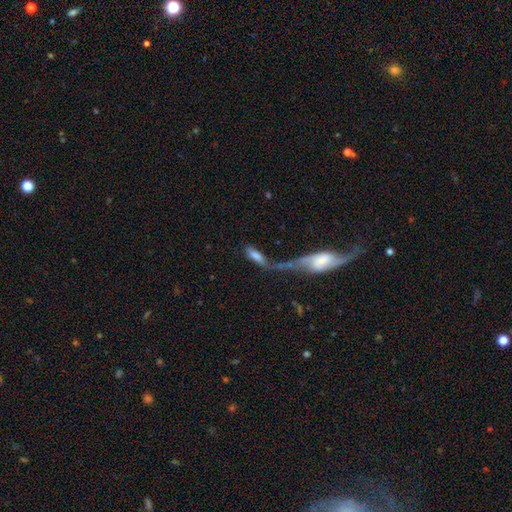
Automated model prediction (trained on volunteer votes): Morphology: type=smooth (67%); roundness=in between (64%); merging=merger (61%).